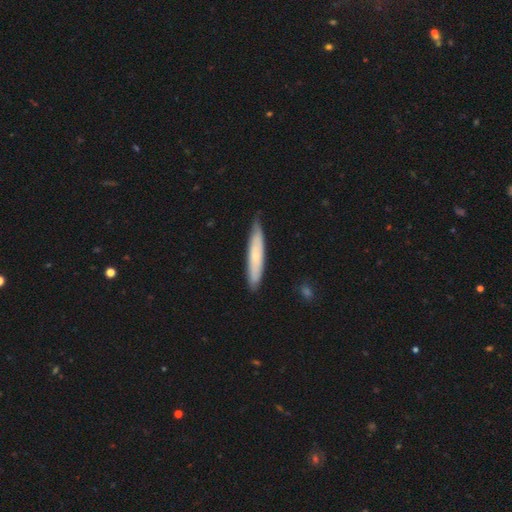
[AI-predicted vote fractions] Overall: smooth (57%; featured or disk 37%). How rounded: cigar-shaped (88%). Merging: none (79%).